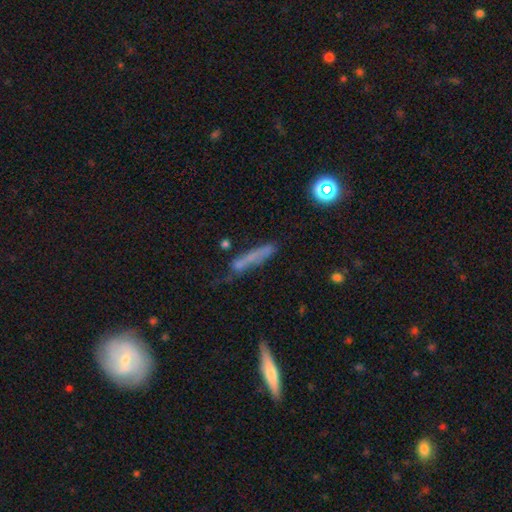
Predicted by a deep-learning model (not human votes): A smooth galaxy with no disk features (57%) that is cigar-shaped (84%). Merging: none (45%).